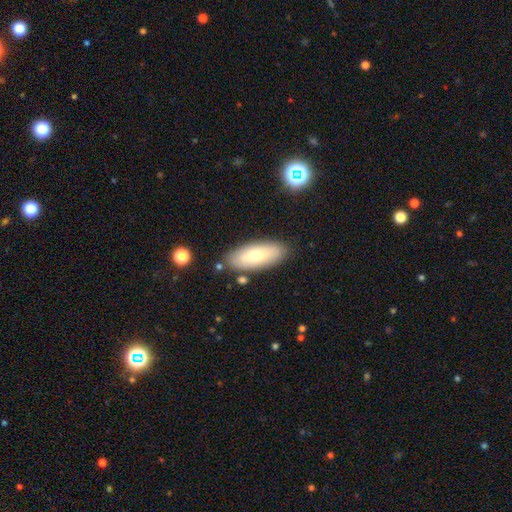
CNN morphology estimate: This appears to be a smooth galaxy with no disk features (65%) that is in between round and cigar-shaped (80%). Merging: none (83%).